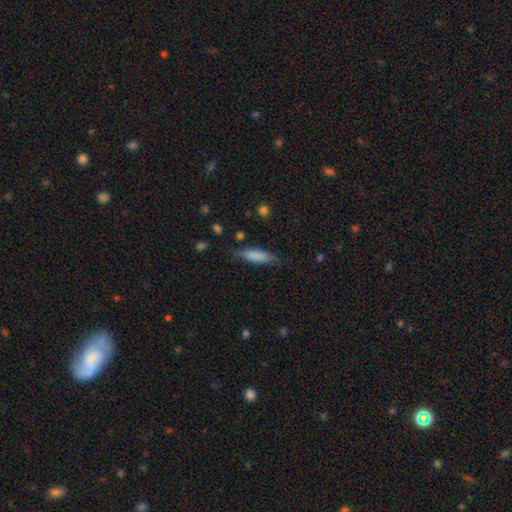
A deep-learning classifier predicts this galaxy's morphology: smooth 78%, featured or disk 15%, star or artifact 7%. Down the decision tree: how rounded — cigar-shaped (62%); merging — none (74%).